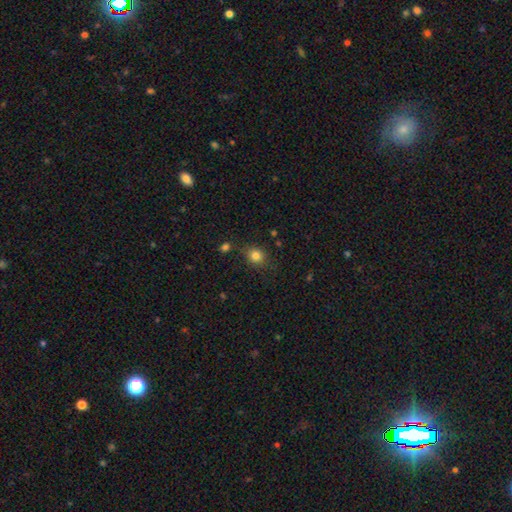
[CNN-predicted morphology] type=smooth (81%); roundness=round (69%); merging=none (78%).